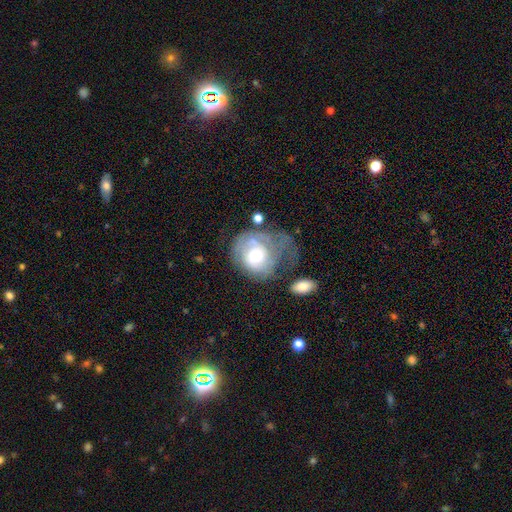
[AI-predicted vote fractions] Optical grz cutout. It shows a featured or disk galaxy (49%). Merging: major disturbance (43%).